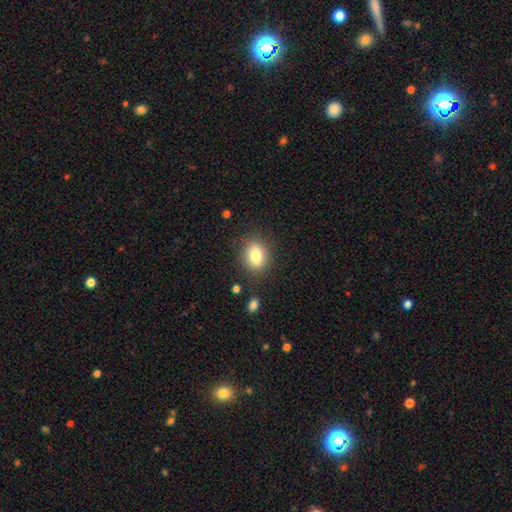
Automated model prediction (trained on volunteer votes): Overall: smooth (80%). How rounded: in between (59%; round 40%). Merging: none (83%).